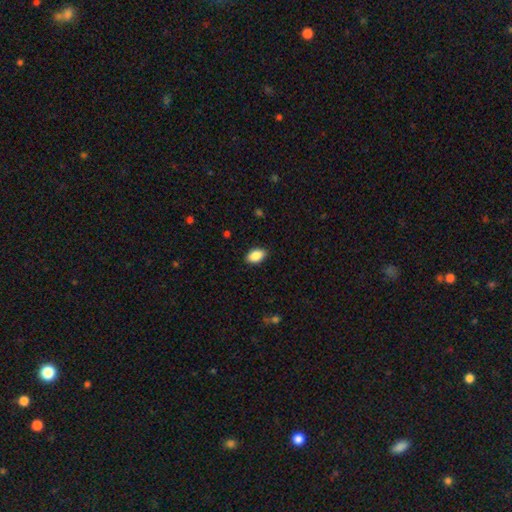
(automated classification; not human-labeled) The model was most divided on "merging": none: 88%, minor disturbance: 9%, major disturbance: 2%, merger: 1%. More confident: how rounded — in between (91%); smooth or featured — smooth (88%).